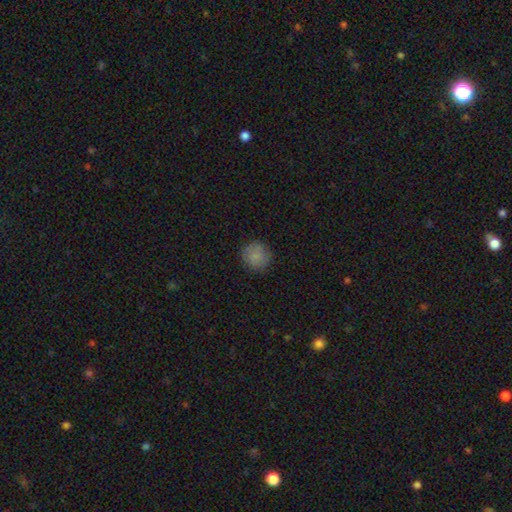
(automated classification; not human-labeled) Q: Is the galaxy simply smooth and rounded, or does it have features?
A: smooth — 84%.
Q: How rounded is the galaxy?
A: round — 92%.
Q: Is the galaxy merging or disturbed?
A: none — 86%.